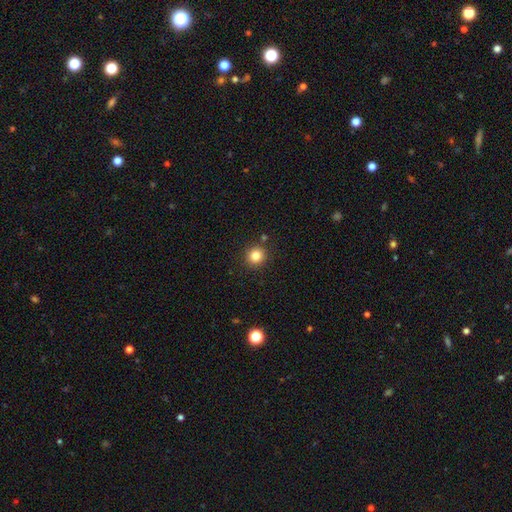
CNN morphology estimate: A smooth galaxy with no disk features (82%) that is round (93%). Merging: none (88%).